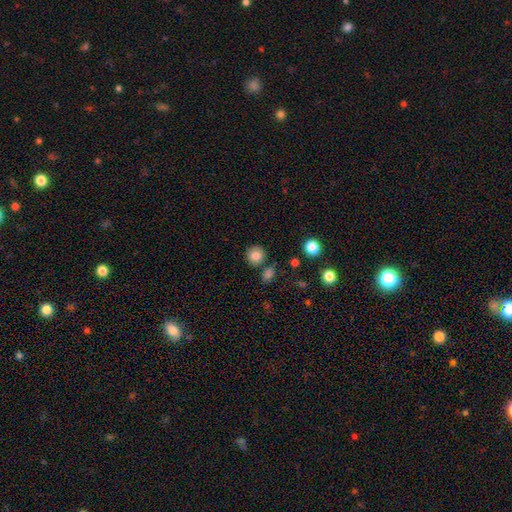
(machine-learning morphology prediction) A smooth galaxy with no disk features (83%) that is round (91%). Merging: none (81%).